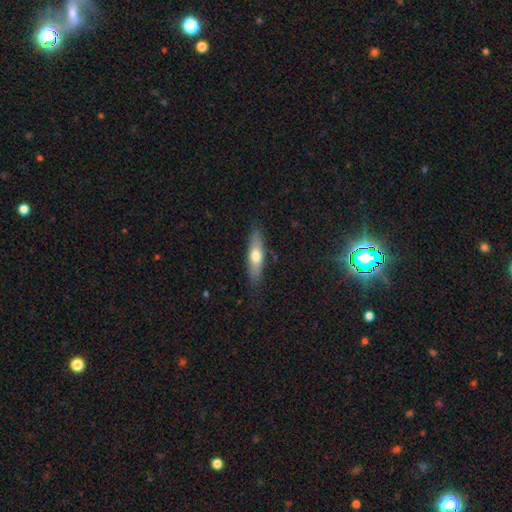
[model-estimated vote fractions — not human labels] This appears to be a smooth galaxy with no disk features (62%) that is cigar-shaped (56%). Merging: none (83%).